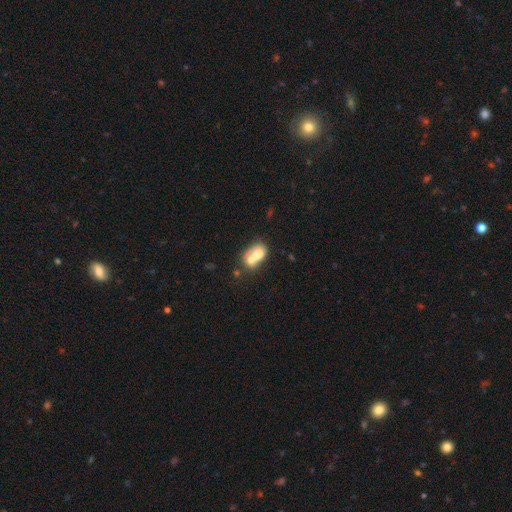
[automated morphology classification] Smooth or featured? Predicted: smooth (p=0.63). How rounded? Predicted: in between (p=0.75). Merging? Predicted: merger (p=0.62).